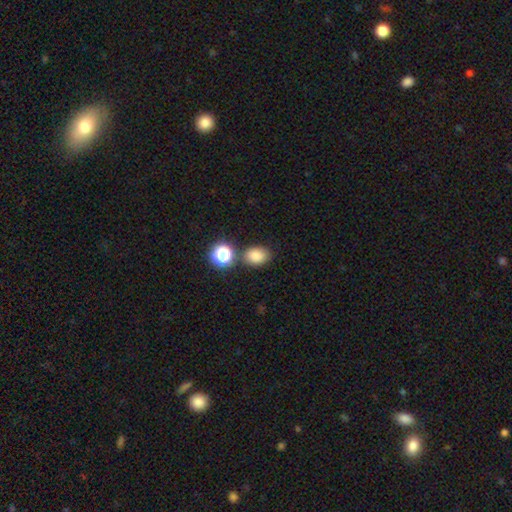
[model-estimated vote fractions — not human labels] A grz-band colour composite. It shows a smooth galaxy with no disk features (80%) that is in between round and cigar-shaped (61%). Merging: none (76%).